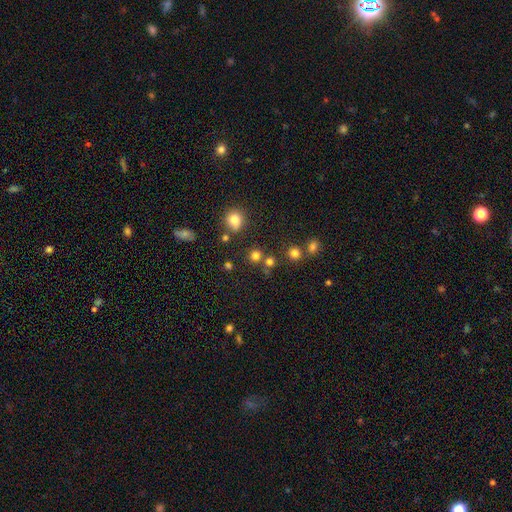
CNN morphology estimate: Q: Smooth or featured?
A: smooth (75%); runner-up: star or artifact (19%)
Q: How rounded?
A: round (90%); runner-up: in between (9%)
Q: Merging?
A: none (72%); runner-up: merger (17%)